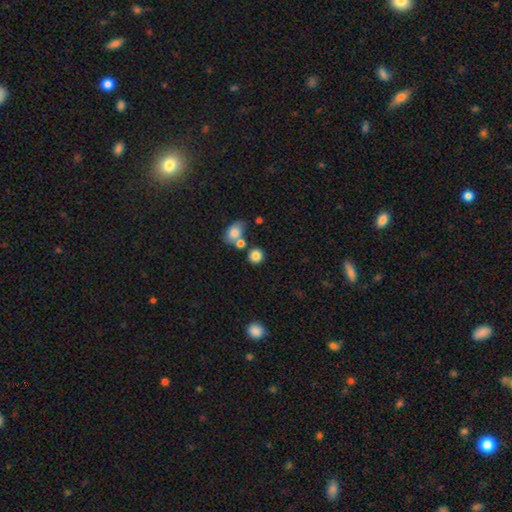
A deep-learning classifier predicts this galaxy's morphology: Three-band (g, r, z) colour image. It shows a smooth galaxy with no disk features (84%) that is round (87%). Merging: none (70%).